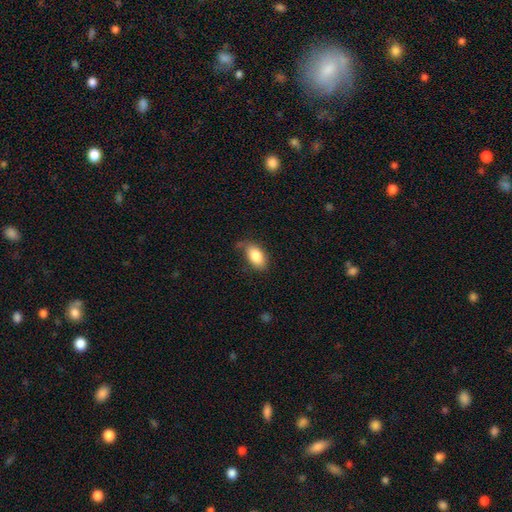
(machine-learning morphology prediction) Overall: smooth (83%). How rounded: in between (92%). Merging: none (65%).